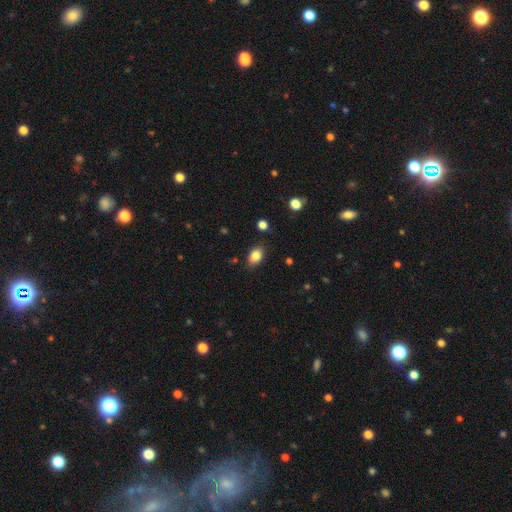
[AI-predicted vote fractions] A smooth galaxy with no disk features (84%) that is in between round and cigar-shaped (81%).

Vote fractions:
- Smooth or featured? smooth: 84% / star or artifact: 9% / featured or disk: 7%
- How rounded? in between: 81% / round: 17% / cigar-shaped: 1%
- Merging? none: 82% / minor disturbance: 13% / major disturbance: 3% / merger: 2%